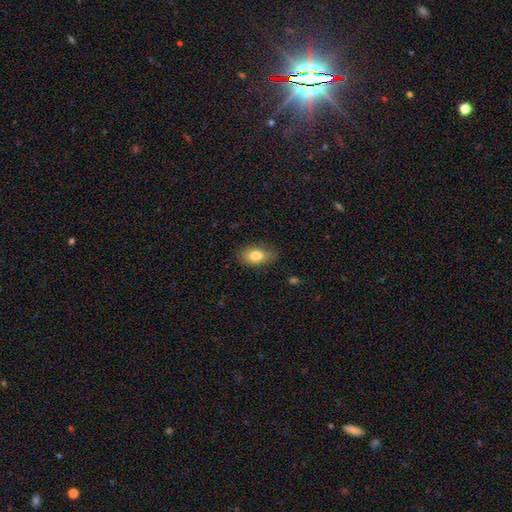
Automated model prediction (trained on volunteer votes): Morphology: type=smooth (81%); roundness=in between (89%); merging=none (80%).